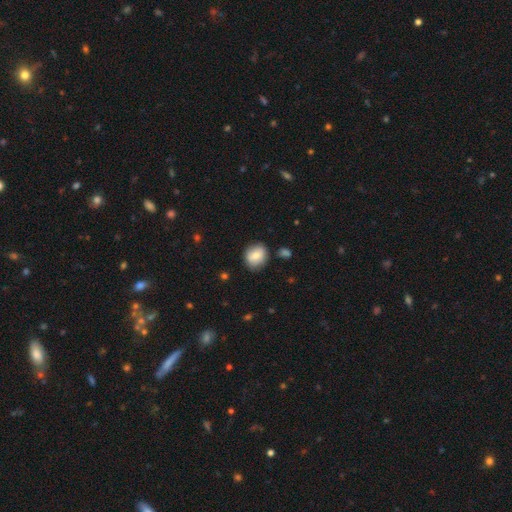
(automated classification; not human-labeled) Morphology: type=smooth (74%); roundness=round (69%); merging=none (79%).